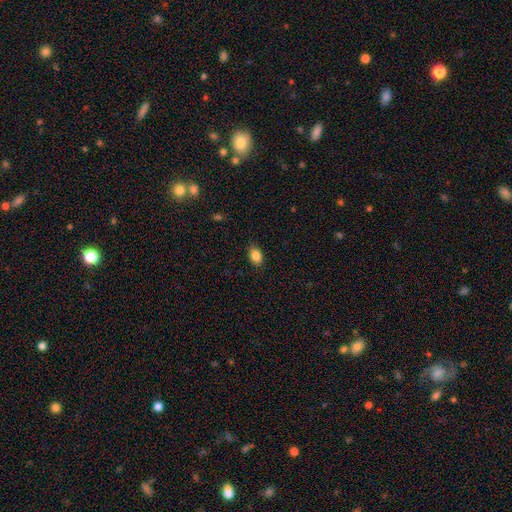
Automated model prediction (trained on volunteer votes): smooth_or_featured: smooth (p=0.86) [alt: star or artifact p=0.09]
how_rounded: in between (p=0.80) [alt: round p=0.19]
merging: none (p=0.86) [alt: minor disturbance p=0.11]